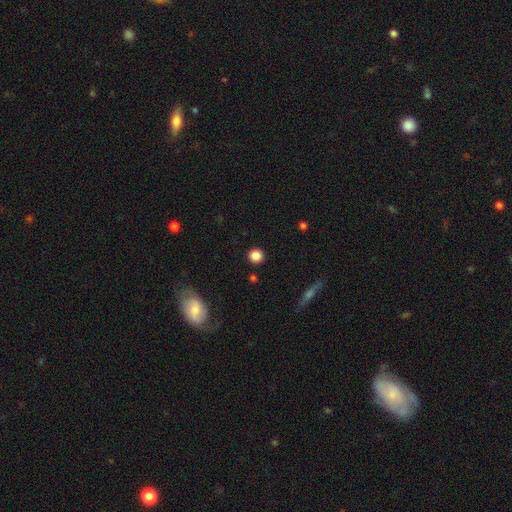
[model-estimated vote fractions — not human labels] The model was most divided on "smooth or featured": smooth: 86%, star or artifact: 10%, featured or disk: 4%. More confident: how rounded — round (93%); merging — none (91%).